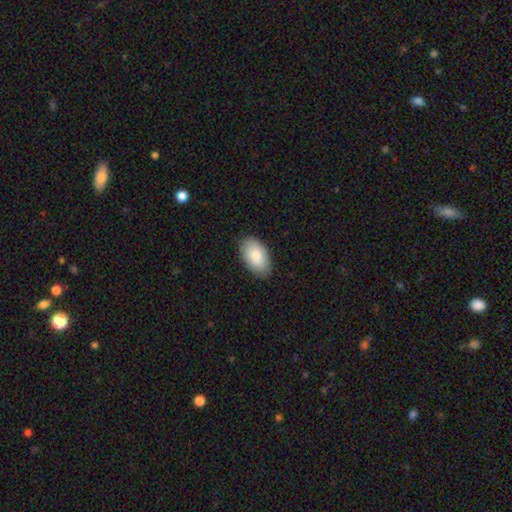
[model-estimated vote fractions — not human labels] Smooth or featured? Predicted: smooth (p=0.84). How rounded? Predicted: in between (p=0.95). Merging? Predicted: none (p=0.85).